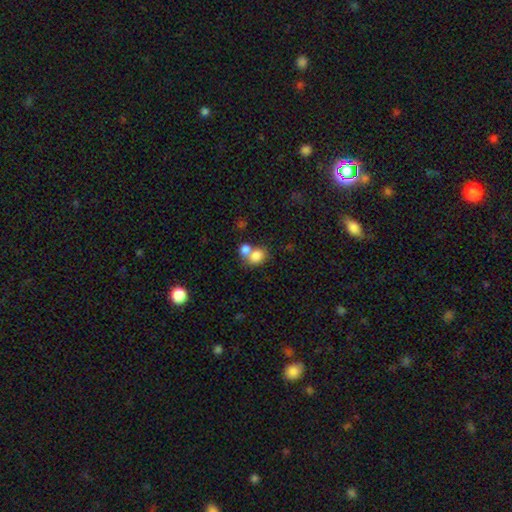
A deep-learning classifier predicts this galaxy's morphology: smooth_or_featured: smooth (p=0.80) [alt: featured or disk p=0.10]
how_rounded: round (p=0.51) [alt: in between p=0.48]
merging: merger (p=0.51) [alt: none p=0.37]